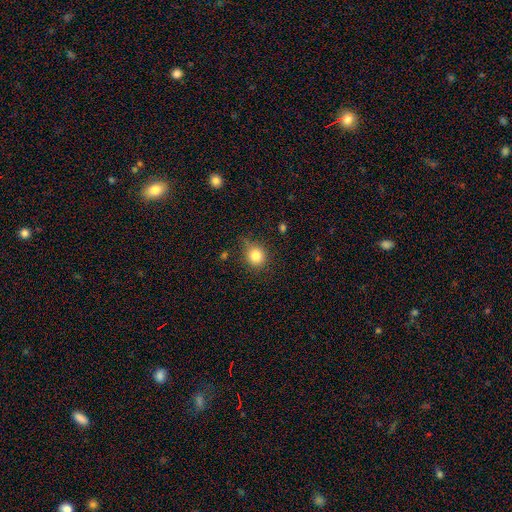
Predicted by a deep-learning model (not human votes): This is clearly a smooth galaxy (81%). How rounded: clearly round (85%). Merging: likely none (70%).